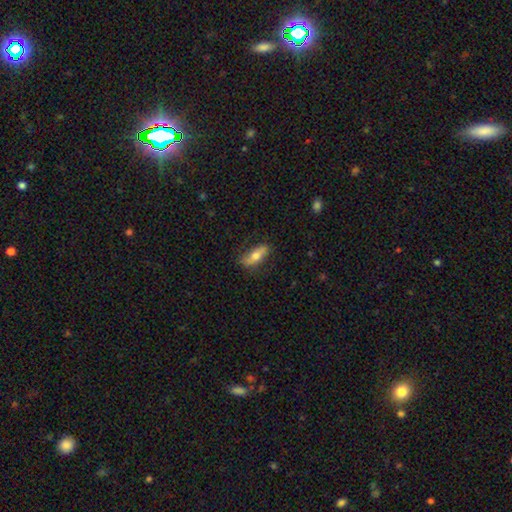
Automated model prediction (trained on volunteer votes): Q: Smooth or featured?
A: smooth (60%); runner-up: featured or disk (33%)
Q: How rounded?
A: in between (66%); runner-up: cigar-shaped (30%)
Q: Merging?
A: none (77%); runner-up: minor disturbance (17%)